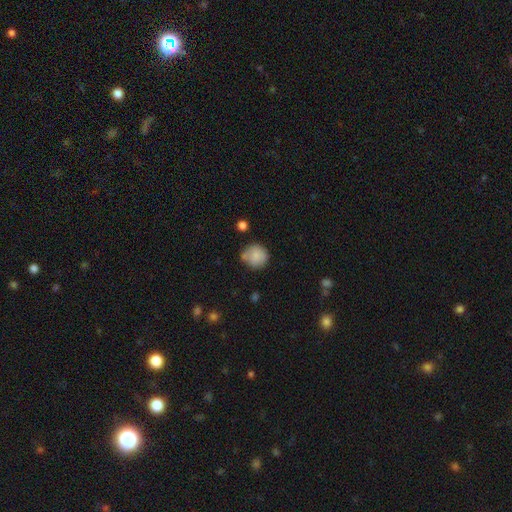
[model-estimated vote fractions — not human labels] Smooth or featured?
  - smooth: 82% *
  - featured or disk: 10%
  - star or artifact: 8%
How rounded?
  - round: 85% *
  - in between: 14%
  - cigar-shaped: 1%
Merging?
  - none: 62% *
  - minor disturbance: 26%
  - major disturbance: 6%
  - merger: 6%